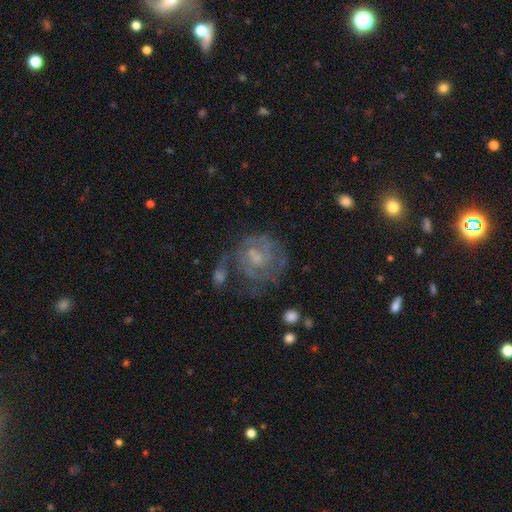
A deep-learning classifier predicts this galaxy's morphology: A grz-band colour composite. It shows a featured or disk galaxy (75%) with no bar (49%), 2 (37%) tight (54%) spiral arms (85%) and a small central bulge (47%). Merging: none (57%).